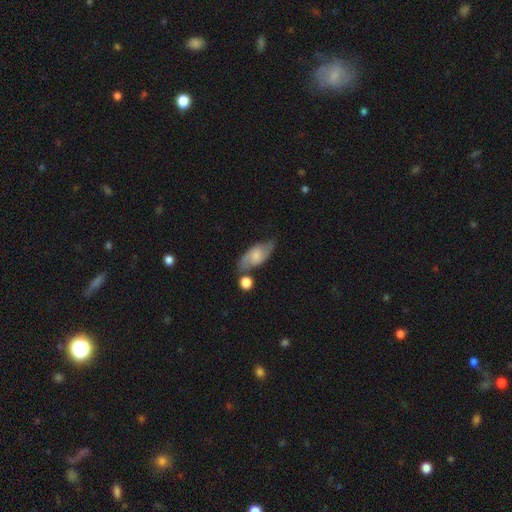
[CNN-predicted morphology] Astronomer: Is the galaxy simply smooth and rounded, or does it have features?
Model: featured or disk — 56% (runner-up: smooth, 37%).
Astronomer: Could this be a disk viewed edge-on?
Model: no — 88%.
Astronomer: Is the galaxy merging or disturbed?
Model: none — 60%.